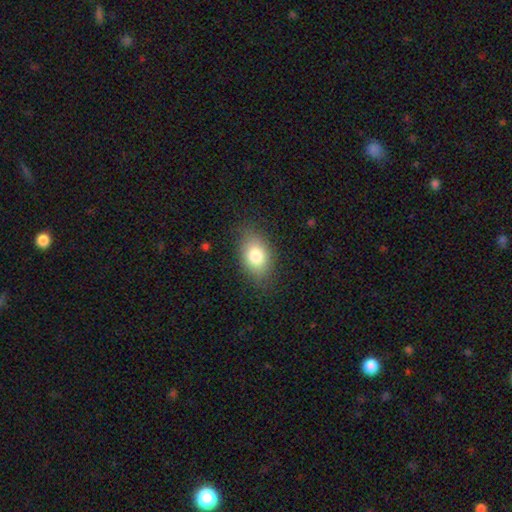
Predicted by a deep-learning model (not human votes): This is clearly a smooth galaxy (80%). How rounded: clearly in between (84%). Merging: clearly none (81%).